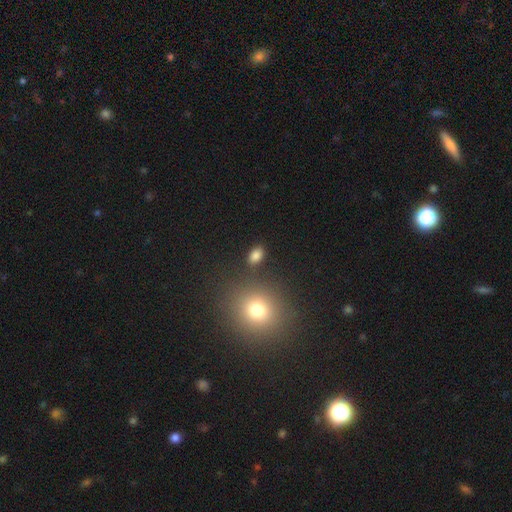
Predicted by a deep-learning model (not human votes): This appears to be a smooth galaxy with no disk features (82%) that is in between round and cigar-shaped (84%). Merging: none (81%).